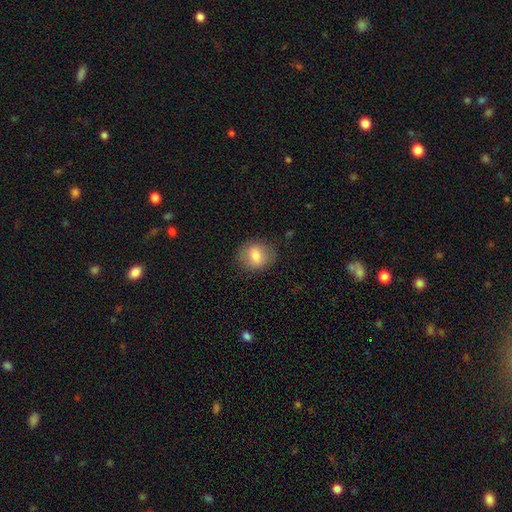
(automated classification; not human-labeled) smooth-or-featured: smooth: 75% | featured or disk: 17% | star or artifact: 9%
  how-rounded: round: 64% | in between: 35% | cigar-shaped: 1%
  merging: none: 83% | minor disturbance: 12% | major disturbance: 4% | merger: 1%